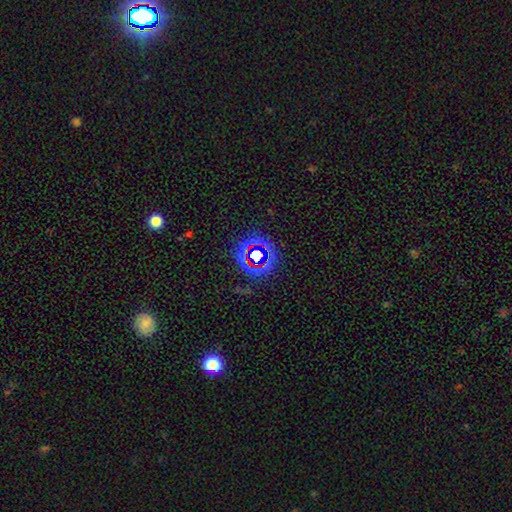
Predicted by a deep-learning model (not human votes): Overall: star or artifact (71%).